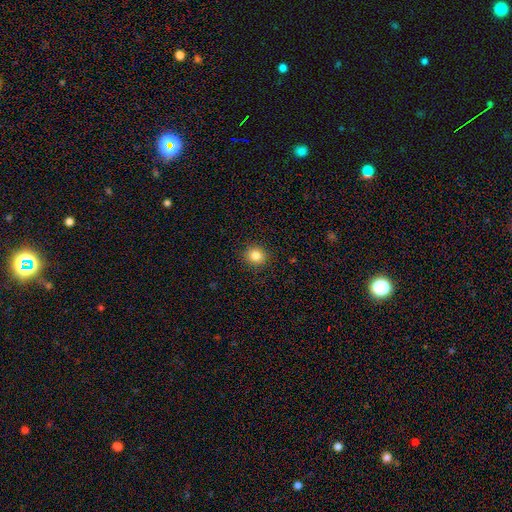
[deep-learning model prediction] The model was most divided on "how rounded": round: 86%, in between: 13%, cigar-shaped: 1%. More confident: merging — none (90%); smooth or featured — smooth (84%).